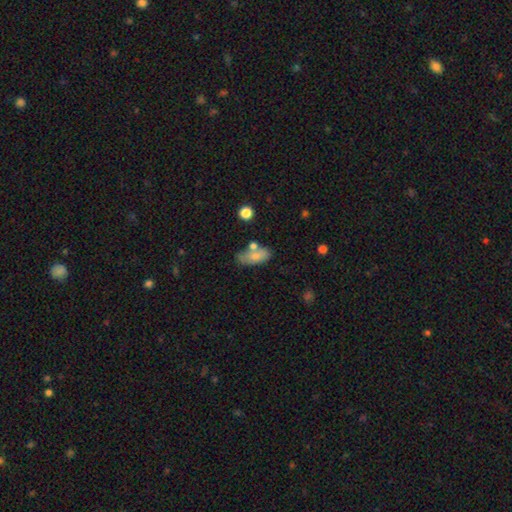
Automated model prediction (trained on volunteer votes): A smooth galaxy with no disk features (74%) that is in between round and cigar-shaped (85%). Merging: none (52%).